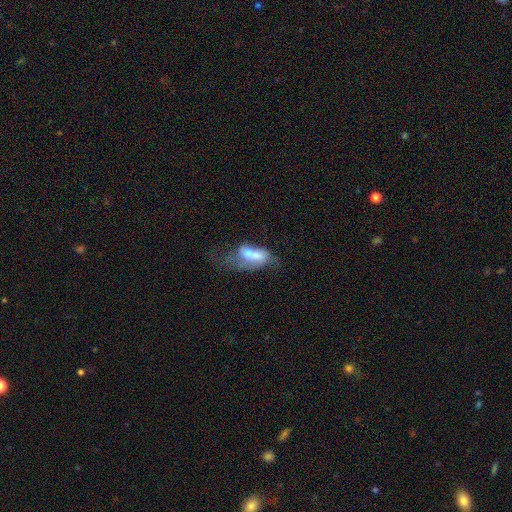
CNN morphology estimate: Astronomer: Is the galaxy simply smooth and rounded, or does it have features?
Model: smooth — 51% (runner-up: featured or disk, 40%).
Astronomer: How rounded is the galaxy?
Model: in between — 81%.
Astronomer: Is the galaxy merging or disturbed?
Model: major disturbance — 37% (runner-up: merger, 30%).